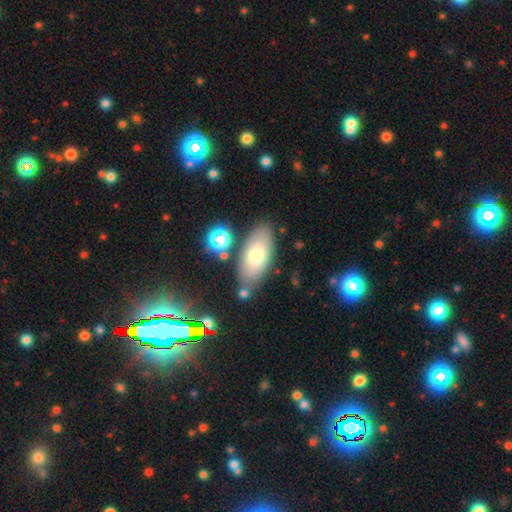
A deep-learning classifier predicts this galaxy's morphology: Smooth or featured? Predicted: smooth (p=0.70). How rounded? Predicted: in between (p=0.88). Merging? Predicted: none (p=0.75).